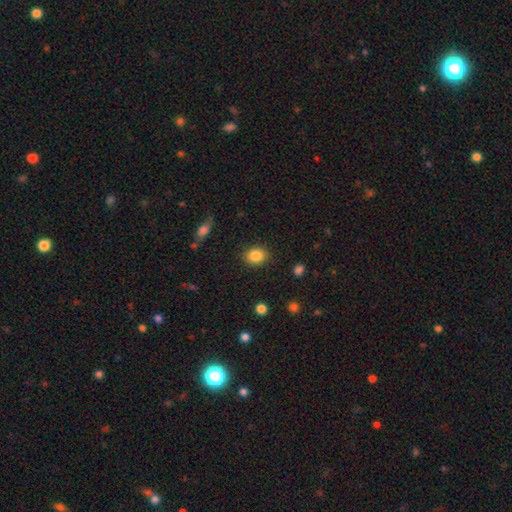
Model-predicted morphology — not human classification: Overall: smooth (85%). How rounded: round (57%; in between 43%). Merging: none (88%).